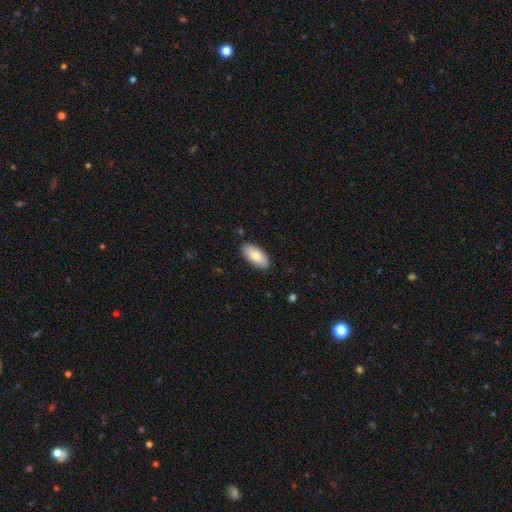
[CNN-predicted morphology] type=smooth (83%); roundness=in between (90%); merging=none (87%).